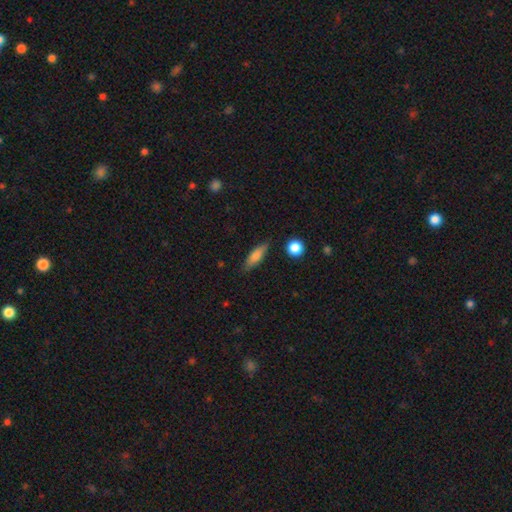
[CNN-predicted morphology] Overall: smooth (73%). How rounded: cigar-shaped (53%; in between 43%). Merging: none (83%).